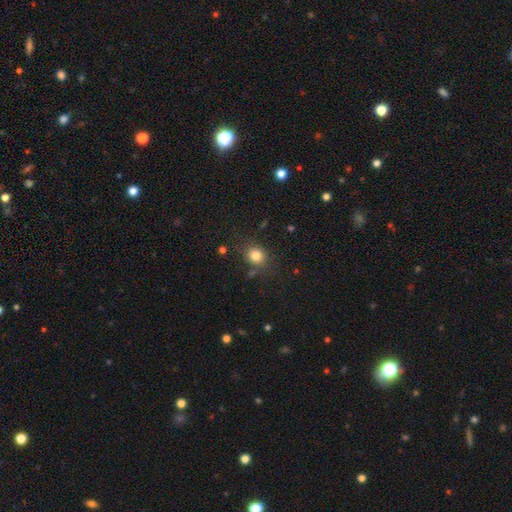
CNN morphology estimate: Q: Smooth or featured?
A: smooth (81%); runner-up: star or artifact (12%)
Q: How rounded?
A: round (76%); runner-up: in between (23%)
Q: Merging?
A: none (79%); runner-up: minor disturbance (13%)